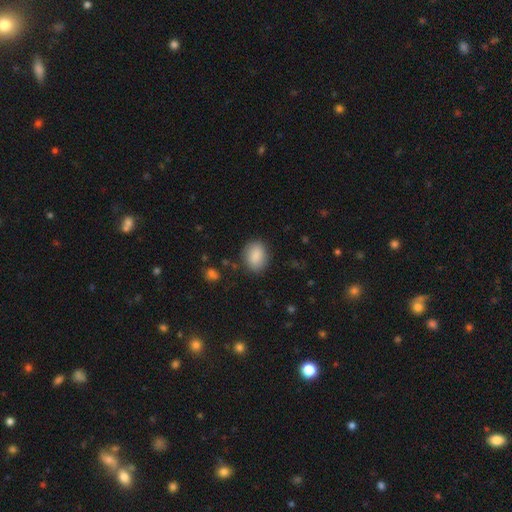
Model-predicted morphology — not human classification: The model was most divided on "how rounded": in between: 65%, round: 33%, cigar-shaped: 1%. More confident: smooth or featured — smooth (88%); merging — none (85%).